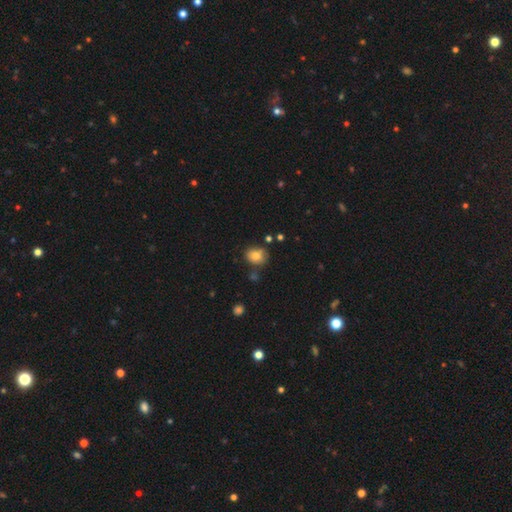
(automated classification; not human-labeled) This is likely a smooth galaxy (78%). How rounded: possibly round (54%). Merging: likely none (70%).